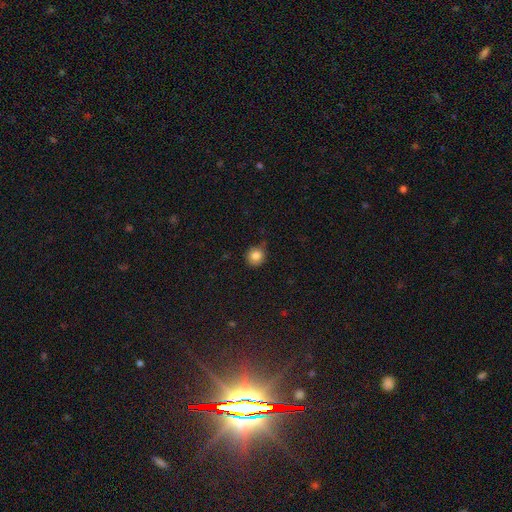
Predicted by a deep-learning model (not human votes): A smooth galaxy with no disk features (83%) that is round (90%). Merging: none (75%).